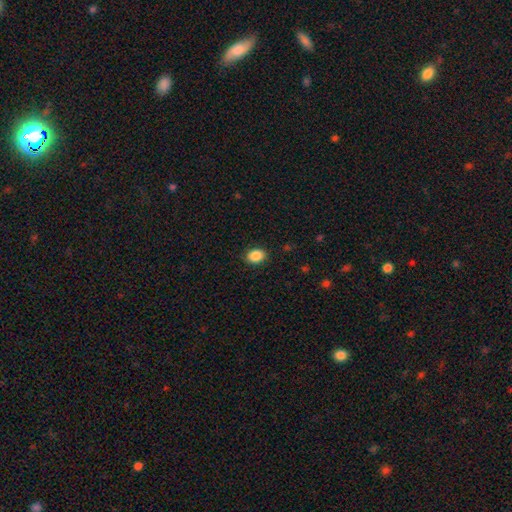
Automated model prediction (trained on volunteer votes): A smooth galaxy with no disk features (88%) that is in between round and cigar-shaped (67%).

Vote fractions:
- Smooth or featured? smooth: 88% / star or artifact: 9% / featured or disk: 3%
- How rounded? in between: 67% / round: 32% / cigar-shaped: 1%
- Merging? none: 89% / minor disturbance: 8% / major disturbance: 2% / merger: 1%